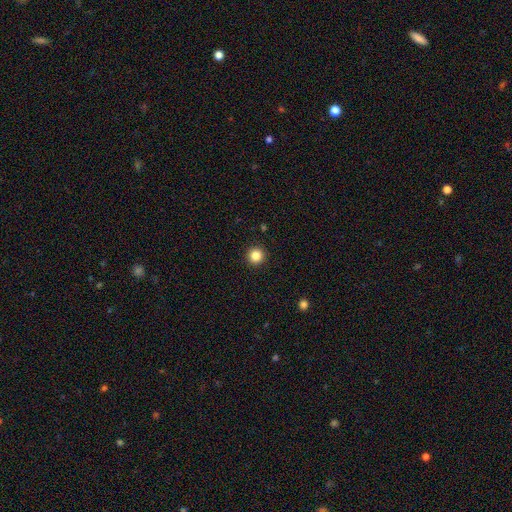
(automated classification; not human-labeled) smooth-or-featured: smooth: 84% | star or artifact: 11% | featured or disk: 5%
  how-rounded: round: 96% | in between: 3% | cigar-shaped: 1%
  merging: none: 93% | minor disturbance: 4% | major disturbance: 2% | merger: 1%